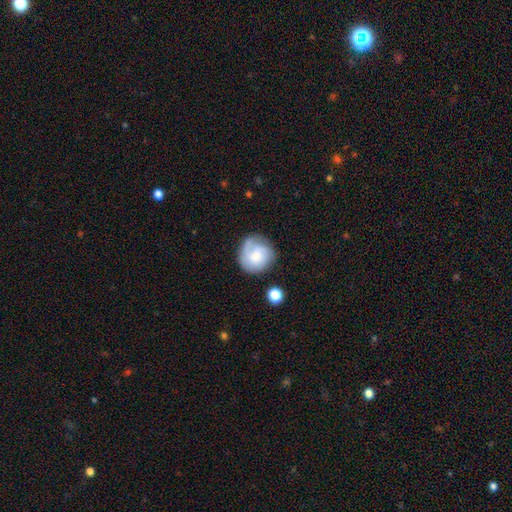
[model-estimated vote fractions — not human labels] Smooth or featured: smooth — 51% (featured or disk — 42%)
How rounded: round — 86% (in between — 13%)
Merging: none — 61% (minor disturbance — 23%)